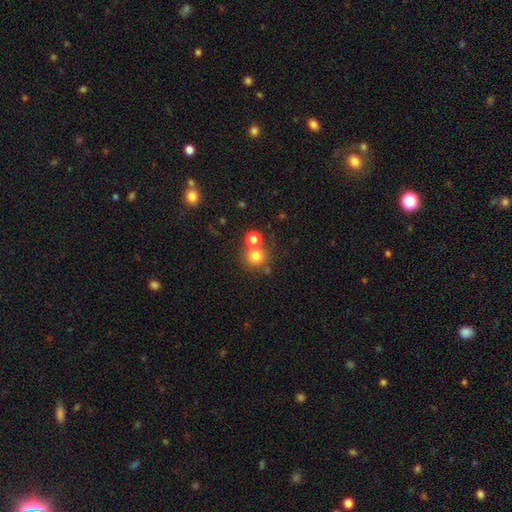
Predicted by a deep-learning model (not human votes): Smooth or featured?
  - smooth: 76% *
  - star or artifact: 15%
  - featured or disk: 9%
How rounded?
  - round: 90% *
  - in between: 9%
  - cigar-shaped: 1%
Merging?
  - none: 65% *
  - merger: 23%
  - minor disturbance: 8%
  - major disturbance: 4%